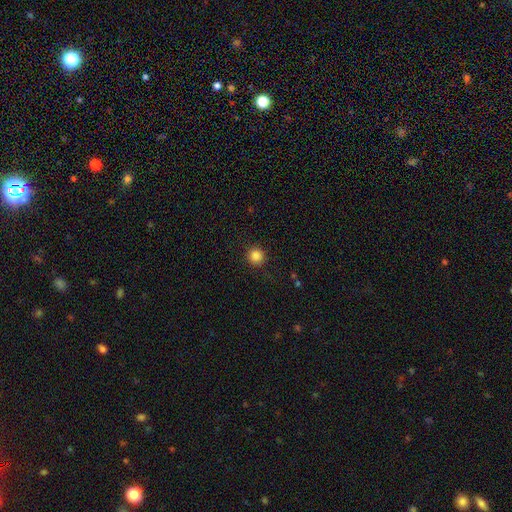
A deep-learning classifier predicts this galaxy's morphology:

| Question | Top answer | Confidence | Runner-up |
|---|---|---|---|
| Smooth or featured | smooth | 86% | star or artifact (11%) |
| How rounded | round | 94% | in between (5%) |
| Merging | none | 91% | minor disturbance (6%) |